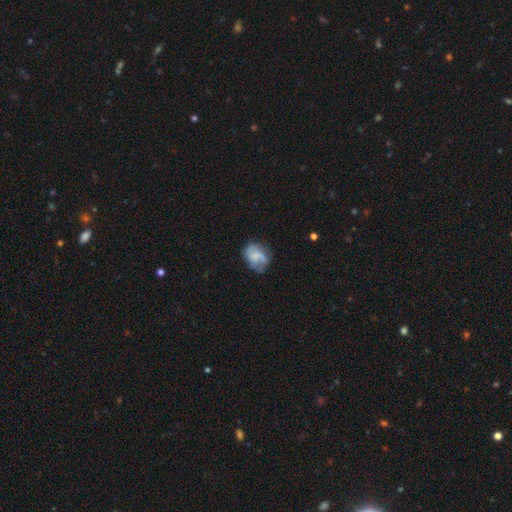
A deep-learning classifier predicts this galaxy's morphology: Smooth or featured?
  - smooth: 49% *
  - featured or disk: 42%
  - star or artifact: 9%
Merging?
  - none: 54% *
  - minor disturbance: 28%
  - major disturbance: 16%
  - merger: 2%